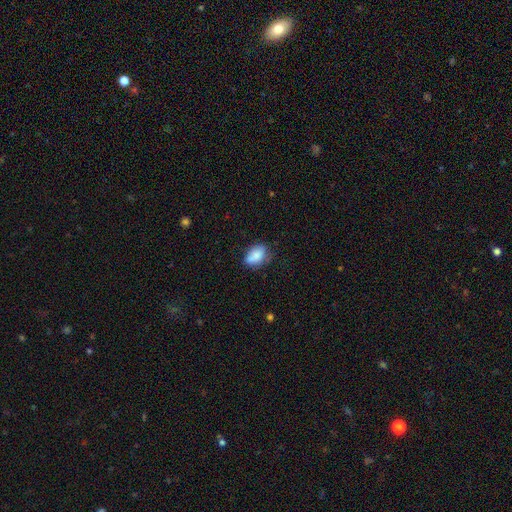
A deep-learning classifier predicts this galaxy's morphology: smooth 80%, featured or disk 11%, star or artifact 8%. Down the decision tree: how rounded — in between (83%); merging — none (56%).